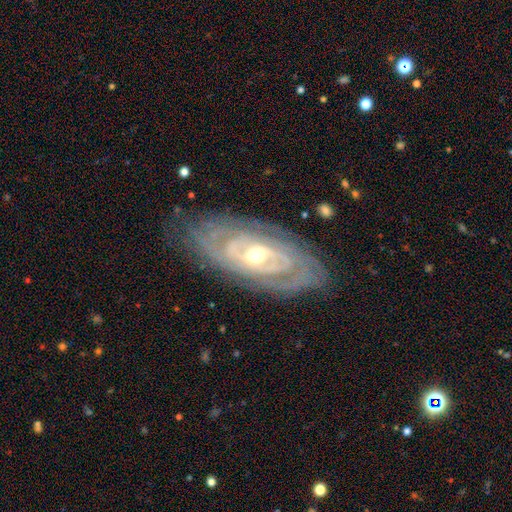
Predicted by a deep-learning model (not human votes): This appears to be a featured or disk galaxy (87%) with no bar (49%), tight (82%) spiral arms (93%) and a moderate central bulge (53%). Merging: none (80%).